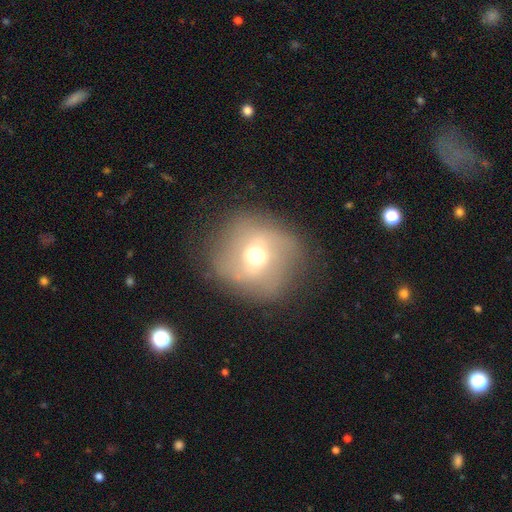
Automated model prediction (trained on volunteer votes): Morphology: type=featured or disk (43%, tied with smooth); merging=none (76%).